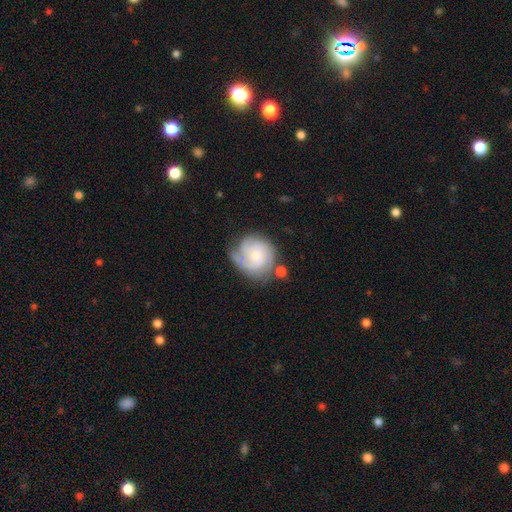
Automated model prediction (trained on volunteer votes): smooth_or_featured: featured or disk (p=0.70) [alt: smooth p=0.24]
disk_edge_on: no (p=0.98) [alt: yes p=0.02]
bar: no (p=0.69) [alt: weak p=0.27]
has_spiral_arms: yes (p=0.91) [alt: no p=0.09]
spiral_winding: tight (p=0.57) [alt: medium p=0.33]
spiral_arm_count: can't tell (p=0.34) [alt: 3 p=0.28]
bulge_size: small (p=0.48) [alt: moderate p=0.44]
merging: none (p=0.60) [alt: minor disturbance p=0.24]